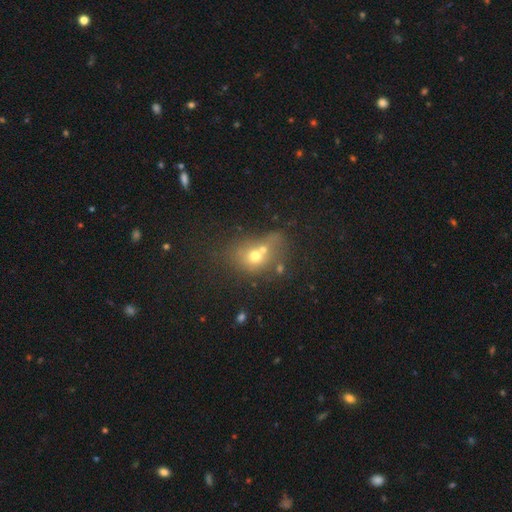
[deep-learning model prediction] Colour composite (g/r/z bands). It shows a smooth galaxy with no disk features (61%) that is round (58%). Merging: merger (53%).